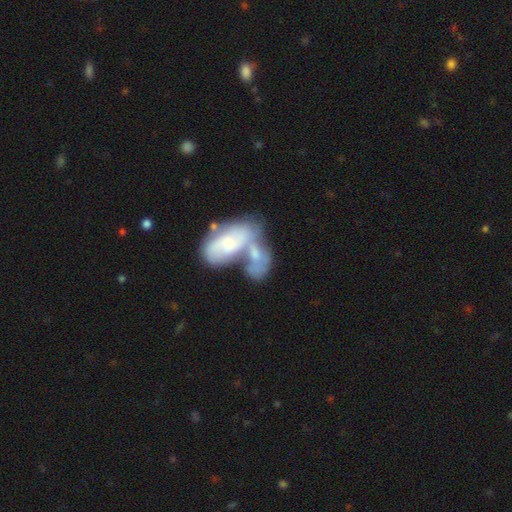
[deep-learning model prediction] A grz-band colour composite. It shows a featured or disk galaxy (50%). Merging: merger (72%).